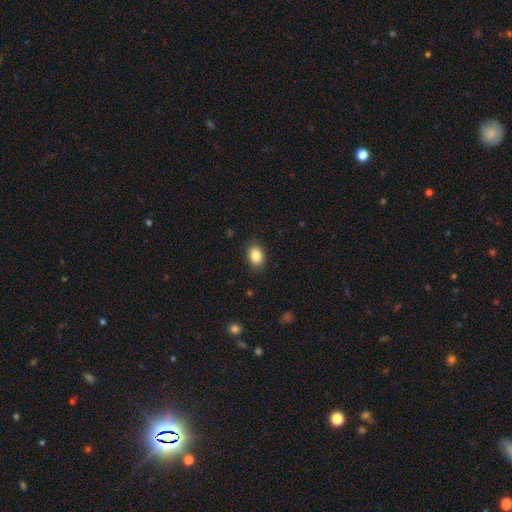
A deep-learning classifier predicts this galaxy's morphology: Overall: smooth (85%). How rounded: in between (71%). Merging: none (88%).